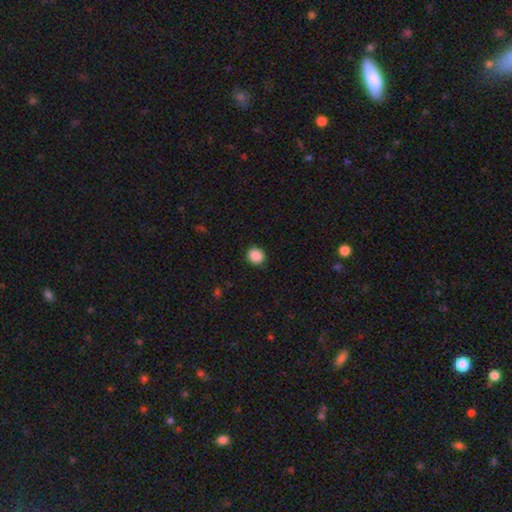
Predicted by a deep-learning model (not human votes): Smooth or featured? Predicted: smooth (p=0.89). How rounded? Predicted: round (p=0.80). Merging? Predicted: none (p=0.91).